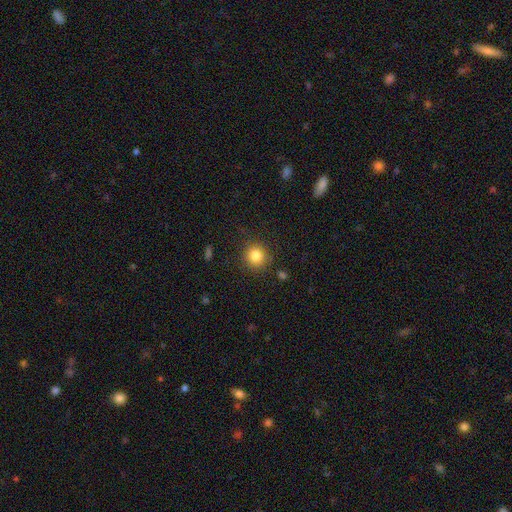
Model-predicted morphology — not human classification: A smooth galaxy with no disk features (83%) that is round (91%). Merging: none (87%).